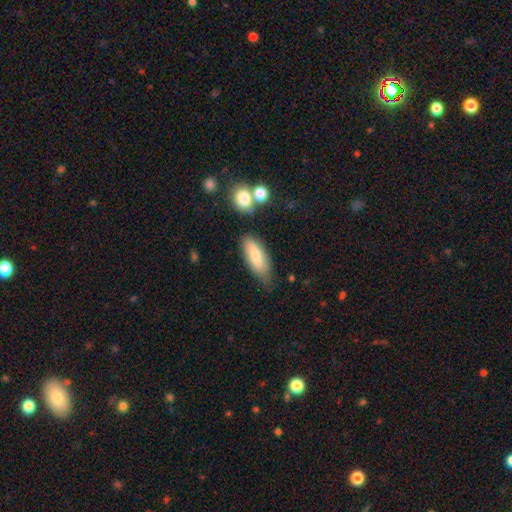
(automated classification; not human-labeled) Q: Smooth or featured?
A: smooth (77%); runner-up: featured or disk (16%)
Q: How rounded?
A: in between (73%); runner-up: cigar-shaped (24%)
Q: Merging?
A: none (68%); runner-up: minor disturbance (20%)